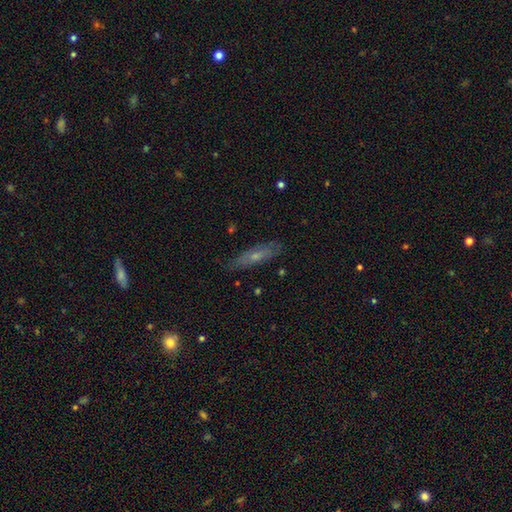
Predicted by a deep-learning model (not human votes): smooth_or_featured: featured or disk (p=0.48) [alt: smooth p=0.44]
merging: none (p=0.79) [alt: minor disturbance p=0.16]